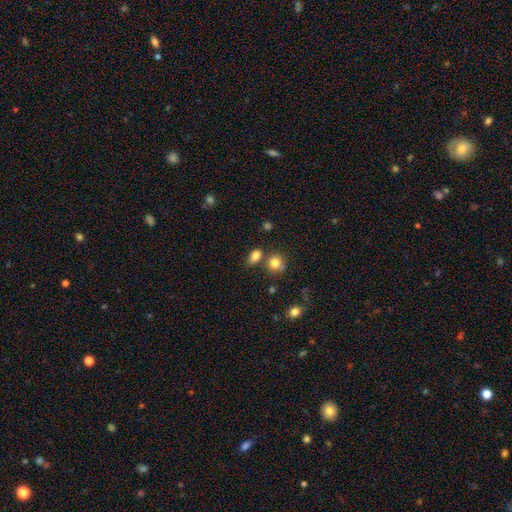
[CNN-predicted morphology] smooth-or-featured: smooth: 81% | star or artifact: 12% | featured or disk: 7%
  how-rounded: in between: 70% | round: 27% | cigar-shaped: 3%
  merging: none: 61% | merger: 18% | minor disturbance: 16% | major disturbance: 5%